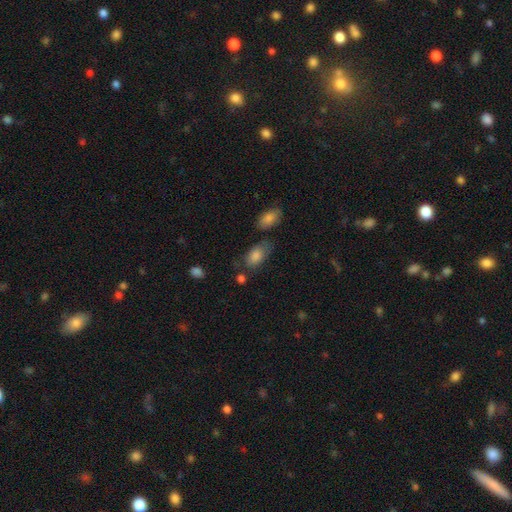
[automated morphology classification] This is clearly a smooth galaxy (81%). How rounded: clearly in between (90%). Merging: possibly none (59%).